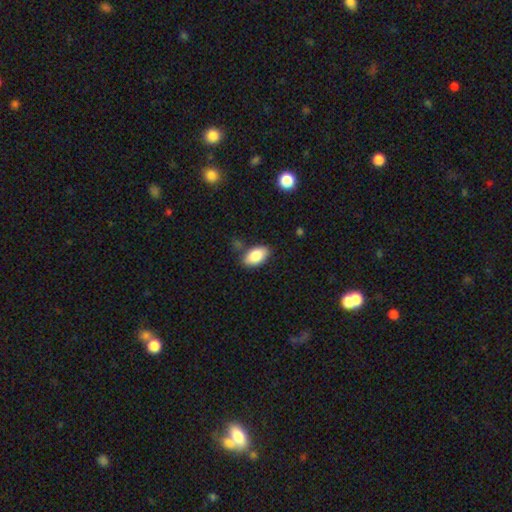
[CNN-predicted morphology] type=smooth (86%); roundness=in between (94%); merging=none (78%).